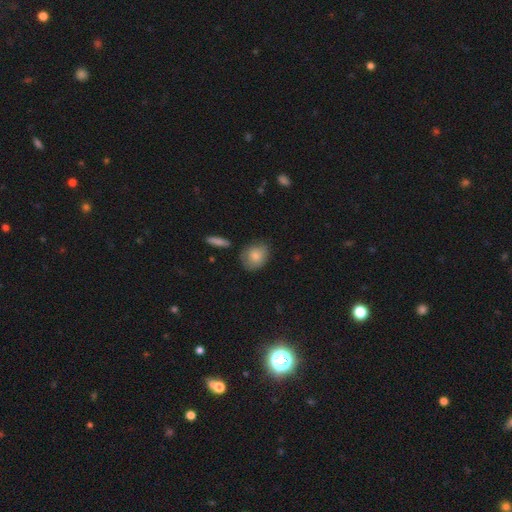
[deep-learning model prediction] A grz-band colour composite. It shows a smooth galaxy with no disk features (83%) that is round (54%). Merging: none (71%).